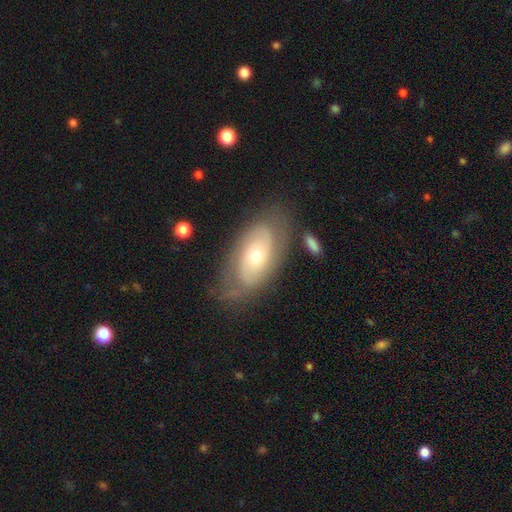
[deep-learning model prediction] The model was most divided on "bulge size": moderate: 52%, small: 42%, large: 4%, dominant: 1%, none: 1%. More confident: edge-on disk — no (92%); bar — no (79%); spiral arms — yes (78%); merging — none (68%); smooth or featured — featured or disk (65%).